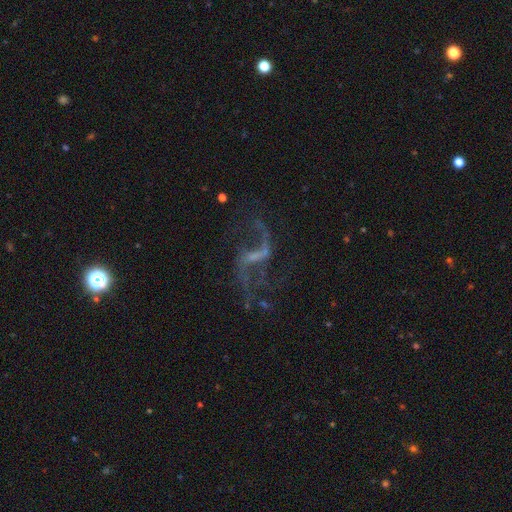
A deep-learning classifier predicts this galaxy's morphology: featured or disk 84%, star or artifact 11%, smooth 5%. Down the decision tree: edge-on disk — no (97%); bar — weak (46%); spiral arms — yes (91%); spiral arm count — 2 (88%); spiral winding — loose (87%); bulge size — none (46%); merging — none (60%).